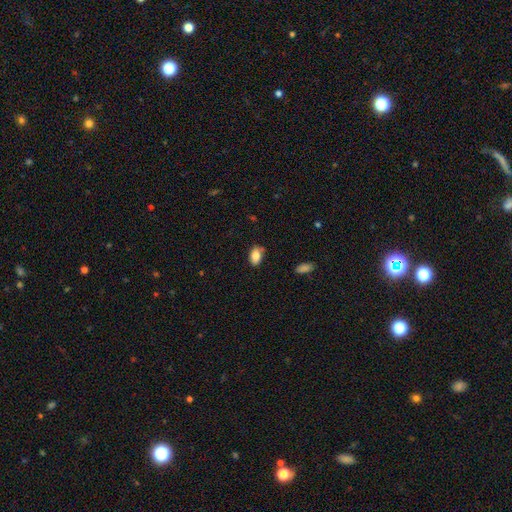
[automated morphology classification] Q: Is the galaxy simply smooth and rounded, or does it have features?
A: smooth — 82%.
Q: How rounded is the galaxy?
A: in between — 91%.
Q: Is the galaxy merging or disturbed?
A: none — 70%.